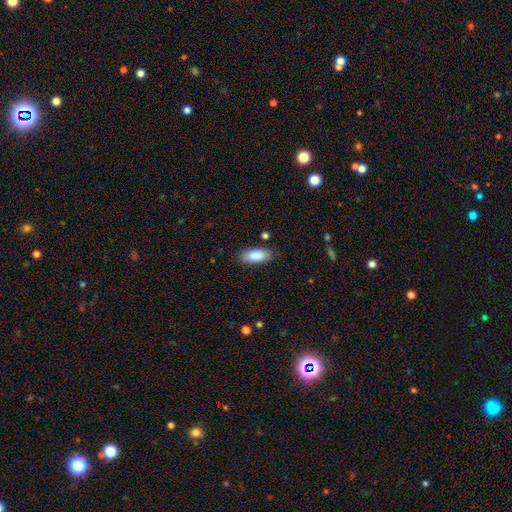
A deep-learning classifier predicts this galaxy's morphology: Smooth or featured?
  - smooth: 87% *
  - featured or disk: 7%
  - star or artifact: 6%
How rounded?
  - in between: 83% *
  - cigar-shaped: 15%
  - round: 2%
Merging?
  - none: 84% *
  - minor disturbance: 12%
  - major disturbance: 3%
  - merger: 2%